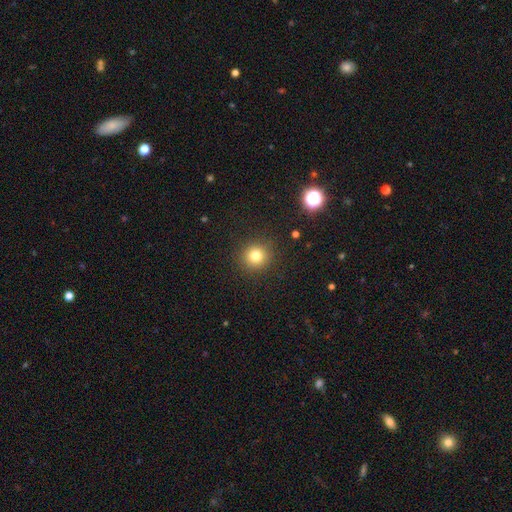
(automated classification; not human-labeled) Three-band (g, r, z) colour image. It shows a smooth galaxy with no disk features (79%) that is round (92%). Merging: none (90%).